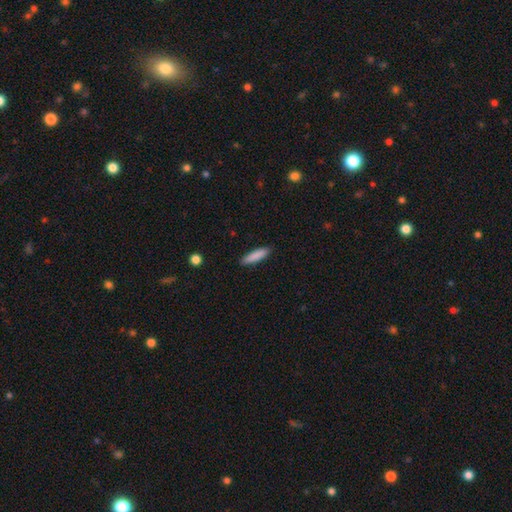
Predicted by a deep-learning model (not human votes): smooth_or_featured: smooth (p=0.86) [alt: featured or disk p=0.08]
how_rounded: cigar-shaped (p=0.75) [alt: in between p=0.23]
merging: none (p=0.88) [alt: minor disturbance p=0.09]